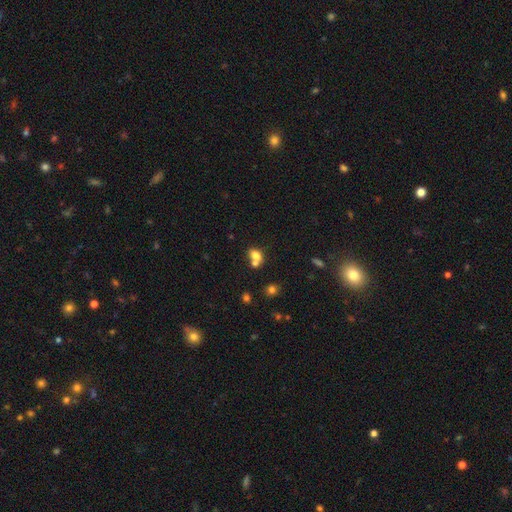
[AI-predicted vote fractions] Smooth or featured: smooth — 74% (featured or disk — 13%)
How rounded: in between — 63% (round — 36%)
Merging: merger — 51% (none — 36%)